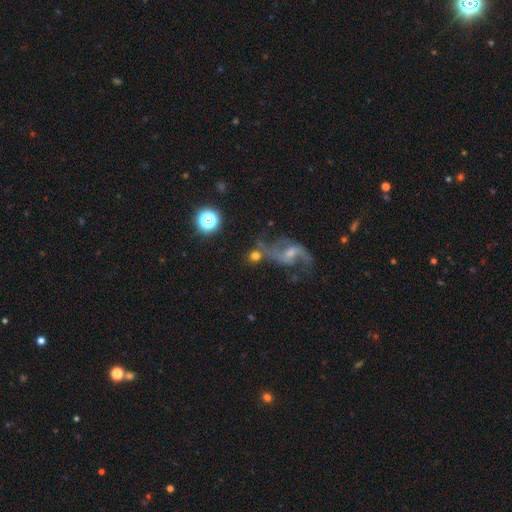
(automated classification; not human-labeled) Morphology: type=smooth (50%); roundness=round (78%); merging=none (53%).